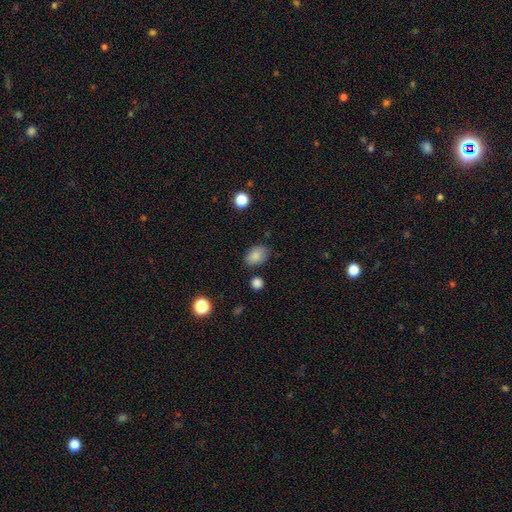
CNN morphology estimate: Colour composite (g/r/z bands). It shows a smooth galaxy with no disk features (84%) that is in between round and cigar-shaped (78%). Merging: none (74%).